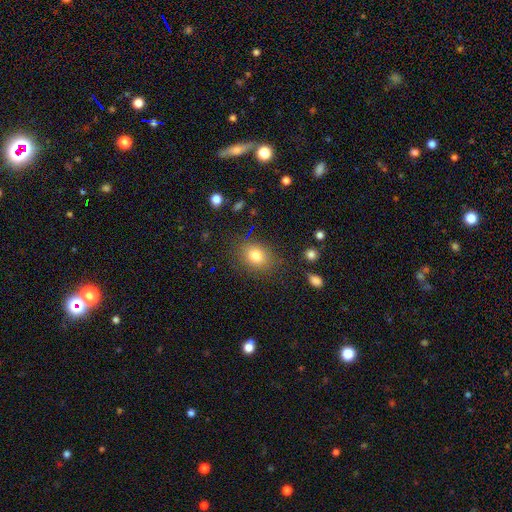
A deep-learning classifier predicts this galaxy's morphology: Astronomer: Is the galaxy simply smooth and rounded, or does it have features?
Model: smooth — 79%.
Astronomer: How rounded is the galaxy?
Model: in between — 56% (runner-up: round, 42%).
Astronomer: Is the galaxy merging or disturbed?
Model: none — 82%.